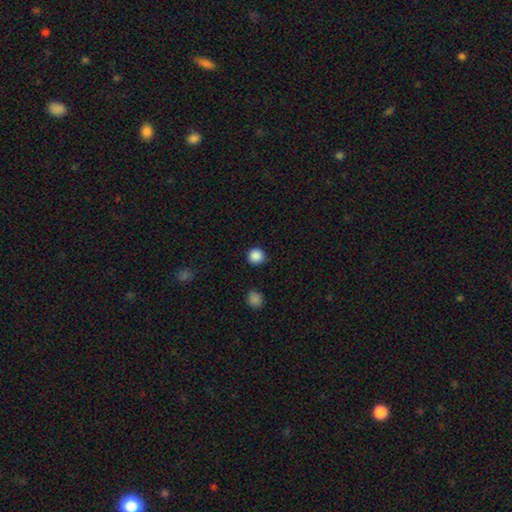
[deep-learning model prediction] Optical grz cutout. It shows a smooth galaxy with no disk features (87%) that is round (94%). Merging: none (90%).